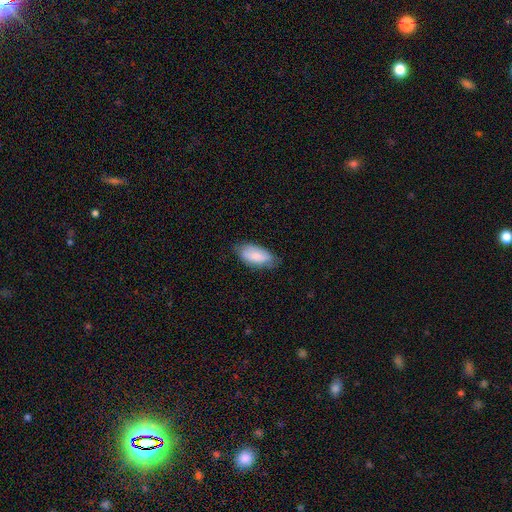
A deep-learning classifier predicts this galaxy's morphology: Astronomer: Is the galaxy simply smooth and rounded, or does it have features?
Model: smooth — 77%.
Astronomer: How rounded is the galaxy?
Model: in between — 91%.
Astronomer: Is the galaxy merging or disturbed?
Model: none — 67%.